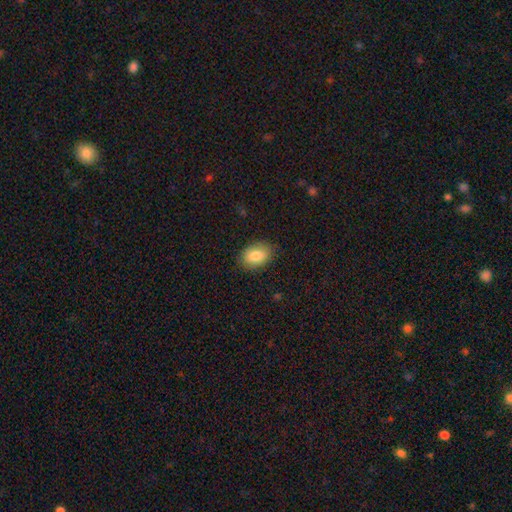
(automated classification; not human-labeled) Morphology: type=smooth (83%); roundness=in between (85%); merging=none (85%).